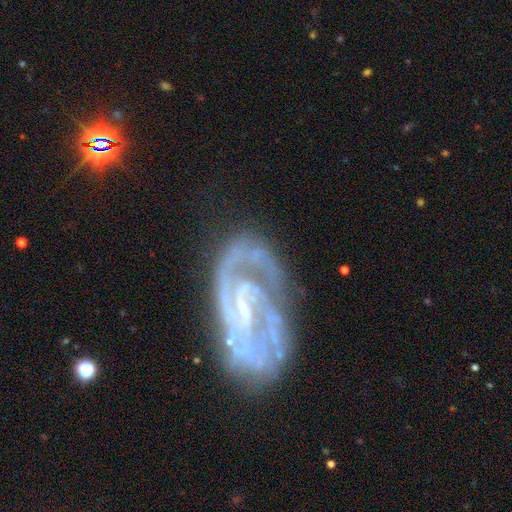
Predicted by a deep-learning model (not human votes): featured or disk 88%, star or artifact 6%, smooth 6%. Down the decision tree: edge-on disk — no (97%); bar — weak (46%); spiral arms — yes (94%); spiral arm count — 2 (49%); spiral winding — medium (44%); bulge size — small (54%); merging — none (59%).